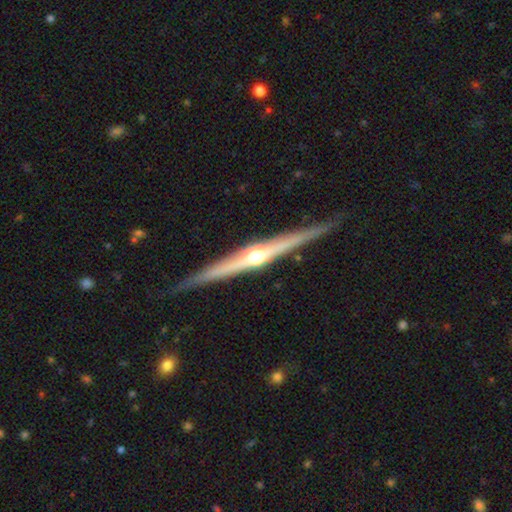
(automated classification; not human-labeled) This appears to be a featured or disk galaxy (82%) viewed edge-on (98%) with a rounded central bulge (92%). Merging: none (87%).